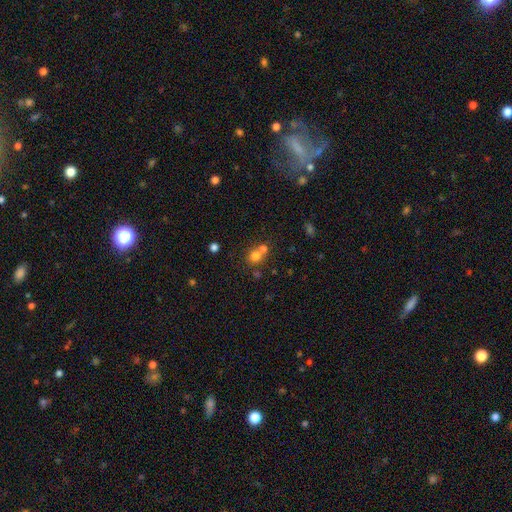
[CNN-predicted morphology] smooth 73%, star or artifact 16%, featured or disk 11%. Down the decision tree: how rounded — round (82%); merging — merger (47%).